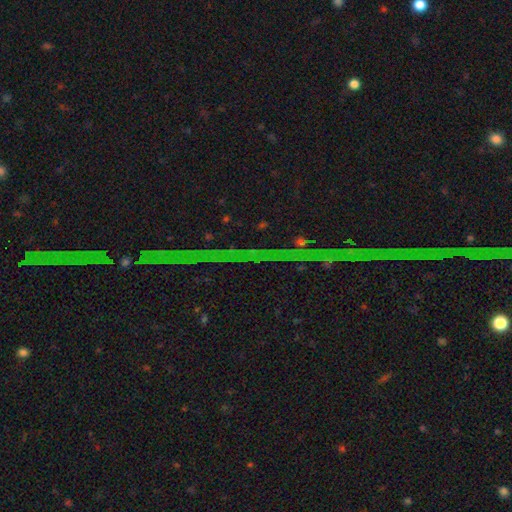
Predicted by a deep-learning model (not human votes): Morphology: type=star or artifact (86%).